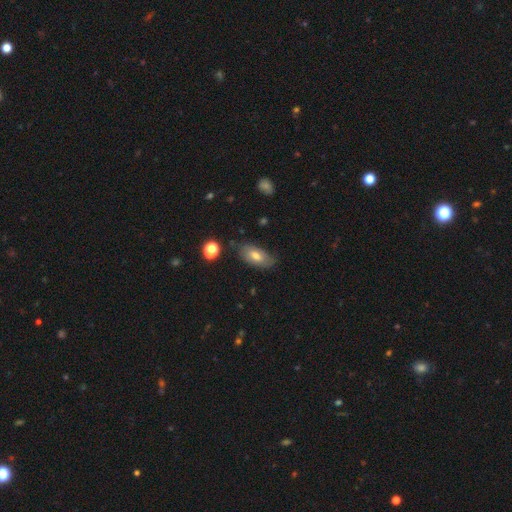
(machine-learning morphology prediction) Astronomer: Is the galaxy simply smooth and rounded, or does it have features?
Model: smooth — 67%.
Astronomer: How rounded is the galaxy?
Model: in between — 91%.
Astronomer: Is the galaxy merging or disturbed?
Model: none — 74%.